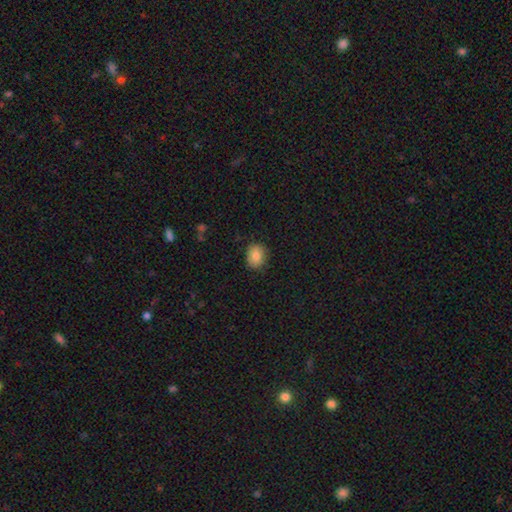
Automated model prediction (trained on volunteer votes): Smooth or featured? smooth (85%)
How rounded? in between (51%)
Merging? none (83%)